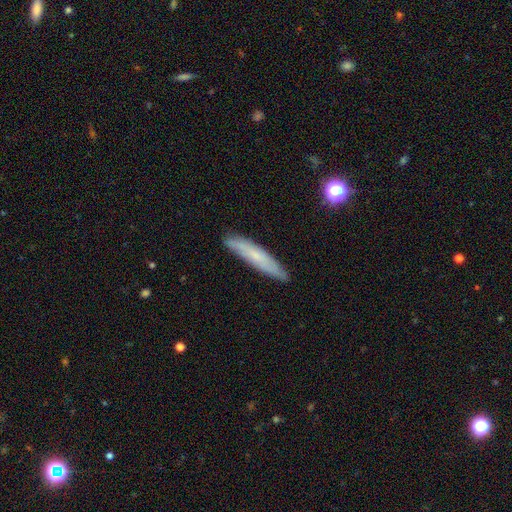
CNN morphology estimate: type=smooth (55%); roundness=cigar-shaped (88%); merging=none (85%).